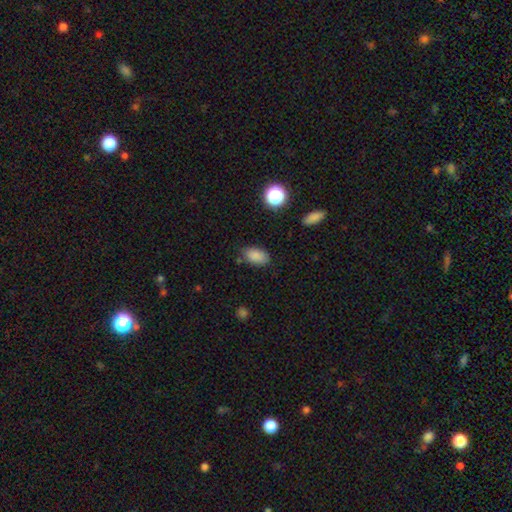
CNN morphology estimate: Smooth or featured?
  - smooth: 85% *
  - star or artifact: 10%
  - featured or disk: 5%
How rounded?
  - in between: 90% *
  - round: 8%
  - cigar-shaped: 2%
Merging?
  - none: 79% *
  - minor disturbance: 15%
  - major disturbance: 4%
  - merger: 2%